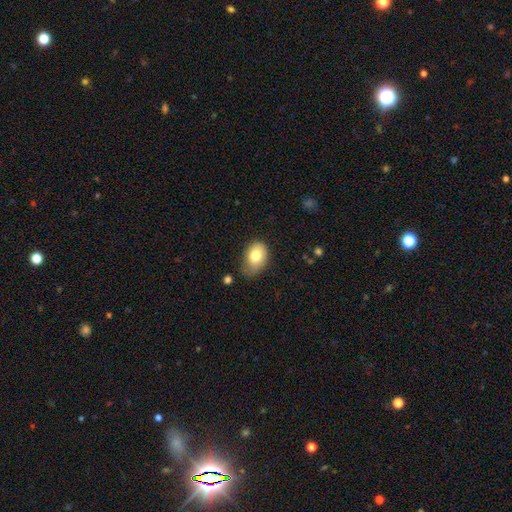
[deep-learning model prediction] Q: Smooth or featured?
A: smooth (78%); runner-up: featured or disk (14%)
Q: How rounded?
A: in between (77%); runner-up: round (22%)
Q: Merging?
A: none (52%); runner-up: minor disturbance (36%)